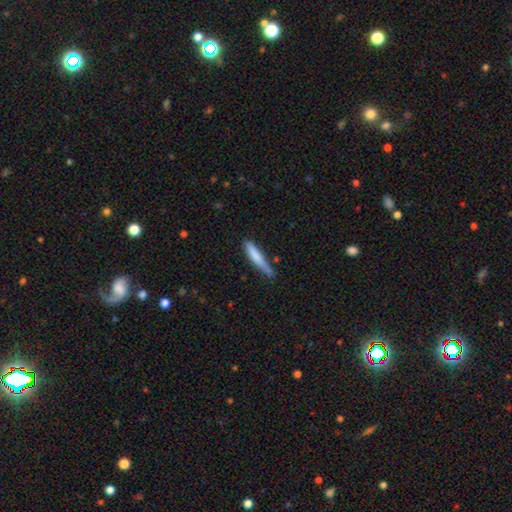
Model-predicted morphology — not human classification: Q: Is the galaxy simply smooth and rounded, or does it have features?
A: smooth — 77%.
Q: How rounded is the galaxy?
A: cigar-shaped — 91%.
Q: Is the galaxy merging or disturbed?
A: none — 66%.